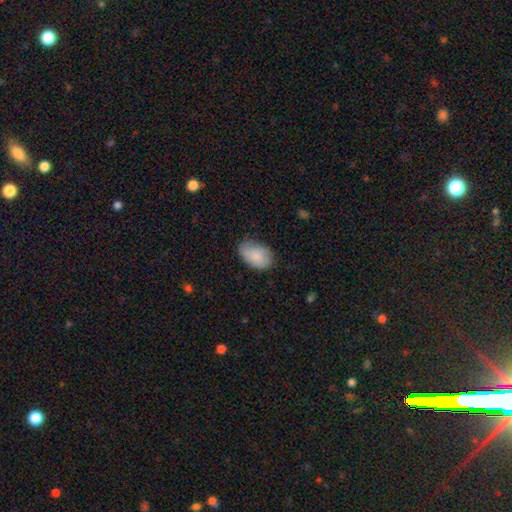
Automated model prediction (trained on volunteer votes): A smooth galaxy with no disk features (83%) that is in between round and cigar-shaped (88%). Merging: none (57%).